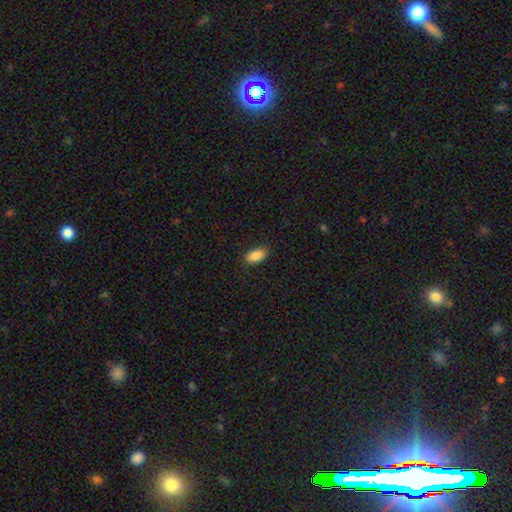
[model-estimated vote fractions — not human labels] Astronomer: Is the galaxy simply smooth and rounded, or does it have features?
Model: smooth — 89%.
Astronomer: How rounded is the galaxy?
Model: in between — 93%.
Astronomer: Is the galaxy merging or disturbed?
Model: none — 85%.